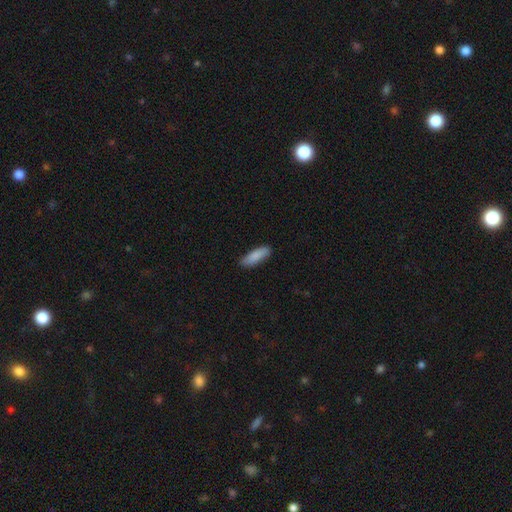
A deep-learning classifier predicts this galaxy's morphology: smooth_or_featured: smooth (p=0.88) [alt: featured or disk p=0.06]
how_rounded: cigar-shaped (p=0.50) [alt: in between p=0.49]
merging: none (p=0.86) [alt: minor disturbance p=0.11]